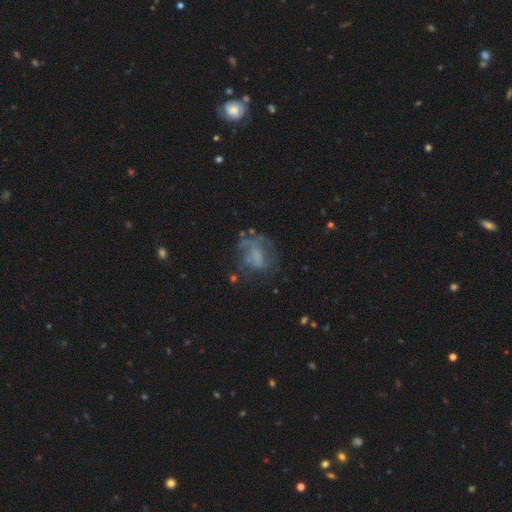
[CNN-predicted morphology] Smooth or featured? featured or disk (54%)
Edge-on disk? no (97%)
Bar? no (71%)
Spiral arms? no (51%)
Bulge size? none (58%)
Merging? none (42%)